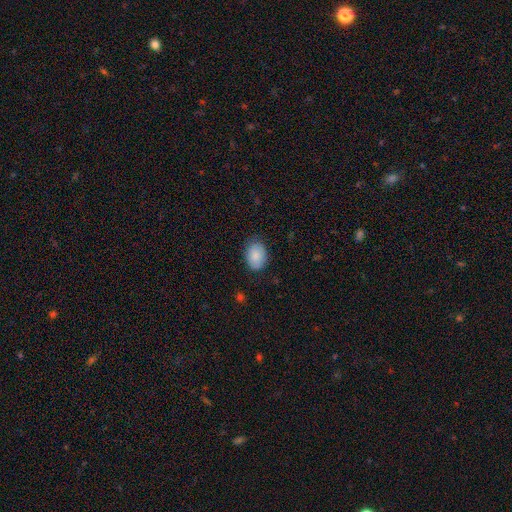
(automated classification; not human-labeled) Smooth or featured: smooth — 86% (featured or disk — 7%)
How rounded: in between — 80% (round — 19%)
Merging: none — 80% (minor disturbance — 16%)